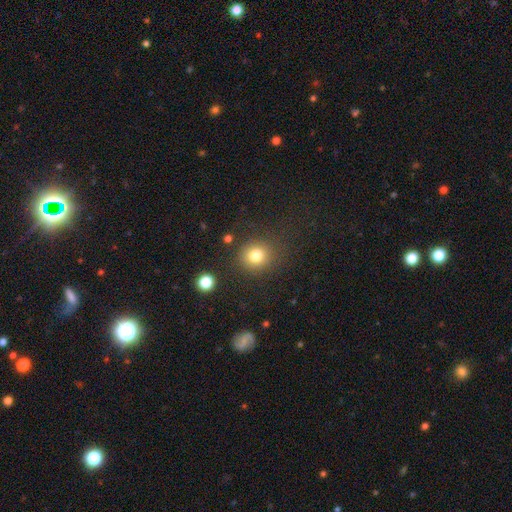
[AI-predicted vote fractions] Q: Smooth or featured?
A: smooth (80%); runner-up: star or artifact (13%)
Q: How rounded?
A: round (85%); runner-up: in between (14%)
Q: Merging?
A: none (82%); runner-up: minor disturbance (10%)